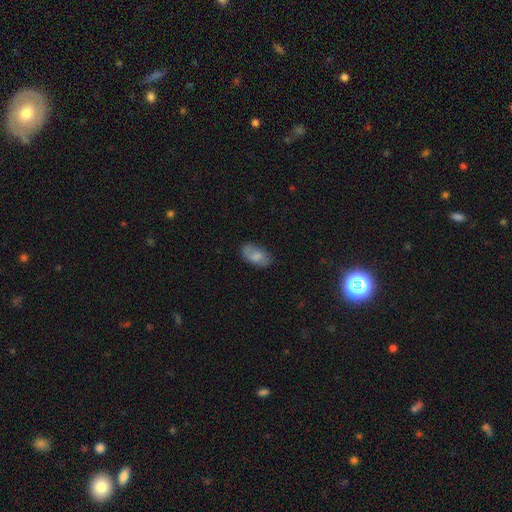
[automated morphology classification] smooth-or-featured: smooth: 79% | featured or disk: 14% | star or artifact: 7%
  how-rounded: in between: 93% | round: 4% | cigar-shaped: 3%
  merging: none: 74% | minor disturbance: 20% | major disturbance: 5% | merger: 2%